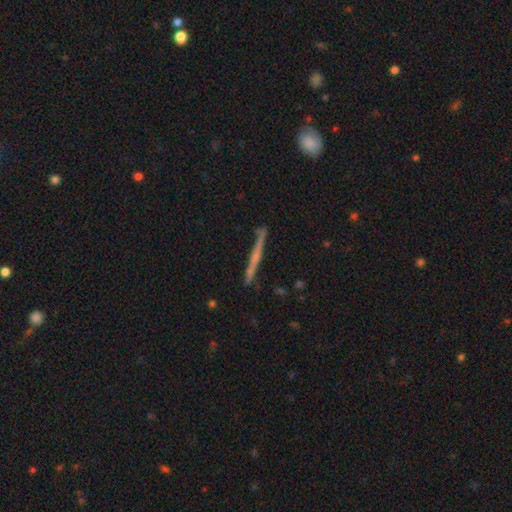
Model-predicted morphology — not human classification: A featured or disk galaxy (62%) viewed edge-on (97%) with no central bulge (62%). Merging: none (85%).